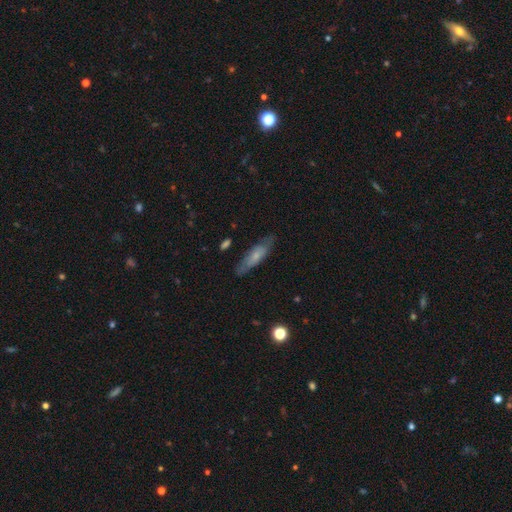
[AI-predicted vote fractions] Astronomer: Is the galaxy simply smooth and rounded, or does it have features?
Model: smooth — 56% (runner-up: featured or disk, 37%).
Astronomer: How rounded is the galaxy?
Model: cigar-shaped — 62%.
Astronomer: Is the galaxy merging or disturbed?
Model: none — 75%.